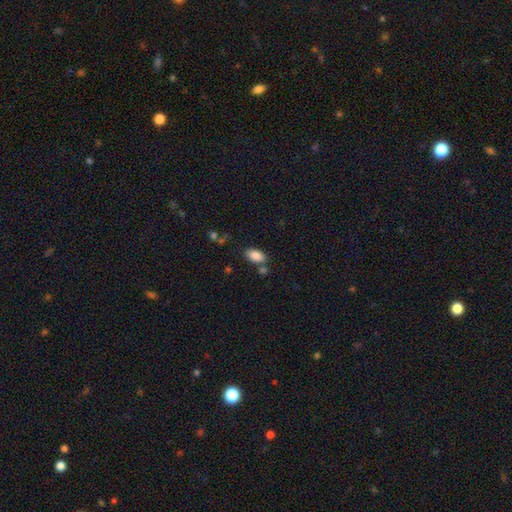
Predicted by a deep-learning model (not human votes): Q: Smooth or featured?
A: smooth (86%); runner-up: star or artifact (8%)
Q: How rounded?
A: in between (93%); runner-up: round (5%)
Q: Merging?
A: none (73%); runner-up: minor disturbance (12%)